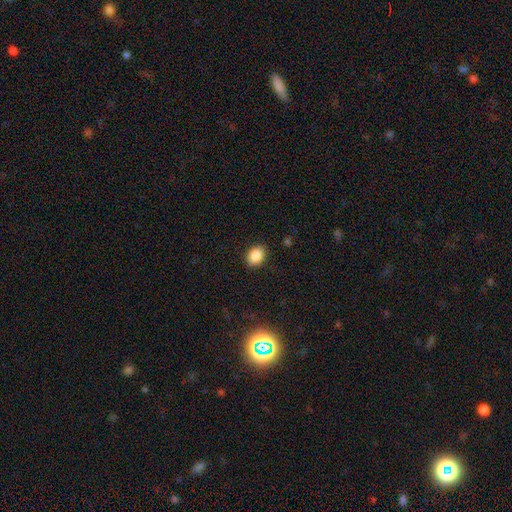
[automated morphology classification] smooth 87%, star or artifact 9%, featured or disk 4%. Down the decision tree: how rounded — in between (61%); merging — none (89%).